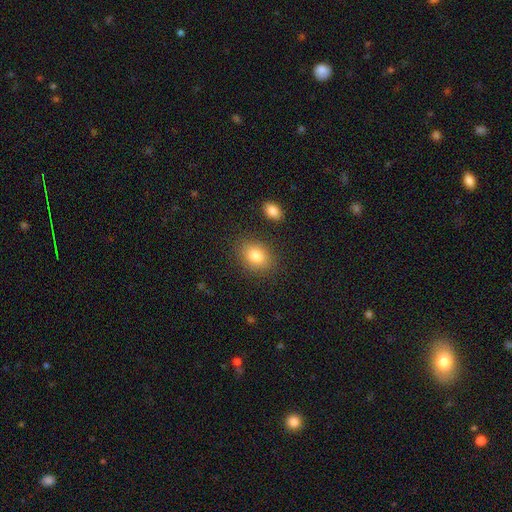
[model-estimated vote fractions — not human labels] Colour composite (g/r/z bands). It shows a smooth galaxy with no disk features (83%) that is in between round and cigar-shaped (69%). Merging: none (83%).